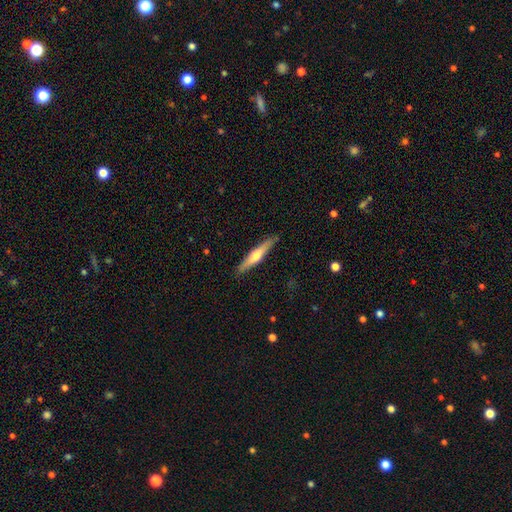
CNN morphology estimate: Smooth or featured?
  - featured or disk: 52% *
  - smooth: 43%
  - star or artifact: 5%
Edge-on disk?
  - yes: 95% *
  - no: 5%
Merging?
  - none: 88% *
  - minor disturbance: 9%
  - major disturbance: 2%
  - merger: 1%